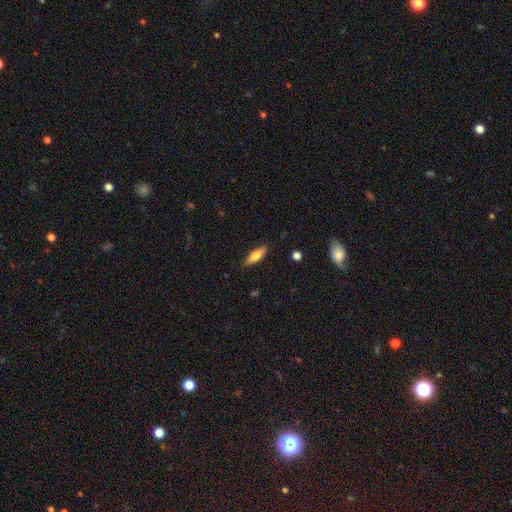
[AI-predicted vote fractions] Overall: smooth (72%). How rounded: in between (54%; cigar-shaped 44%). Merging: none (86%).